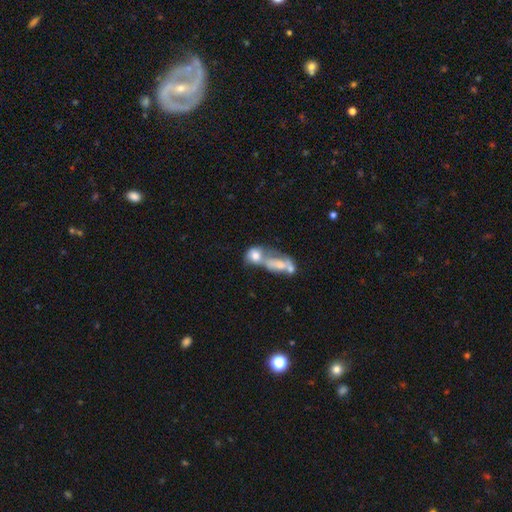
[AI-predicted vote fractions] Q: Smooth or featured?
A: smooth (61%); runner-up: featured or disk (30%)
Q: How rounded?
A: in between (66%); runner-up: round (29%)
Q: Merging?
A: merger (74%); runner-up: none (11%)